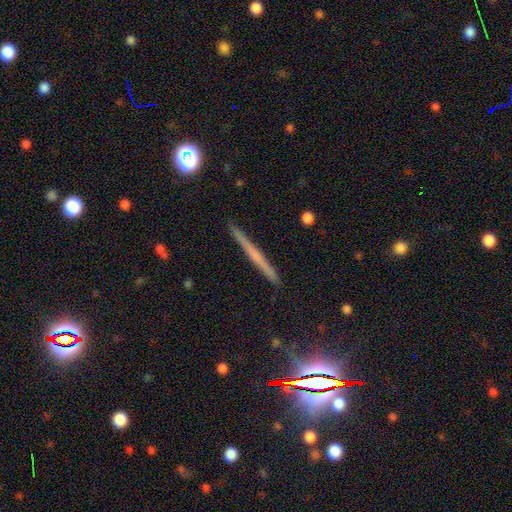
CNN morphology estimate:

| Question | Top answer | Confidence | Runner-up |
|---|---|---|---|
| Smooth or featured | featured or disk | 52% | smooth (35%) |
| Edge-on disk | yes | 97% | no (3%) |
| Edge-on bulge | none | 72% | rounded (20%) |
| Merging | none | 90% | minor disturbance (7%) |